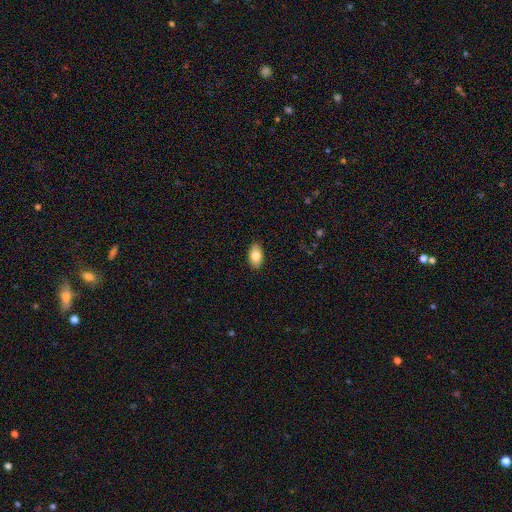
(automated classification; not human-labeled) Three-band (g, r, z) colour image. It shows a smooth galaxy with no disk features (82%) that is in between round and cigar-shaped (93%). Merging: none (89%).